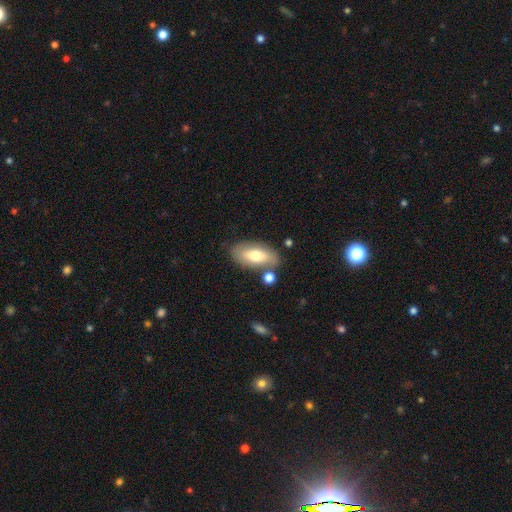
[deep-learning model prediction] A smooth galaxy with no disk features (67%) that is in between round and cigar-shaped (89%).

Vote fractions:
- Smooth or featured? smooth: 67% / featured or disk: 27% / star or artifact: 6%
- How rounded? in between: 89% / cigar-shaped: 8% / round: 3%
- Merging? none: 71% / minor disturbance: 15% / merger: 10% / major disturbance: 4%